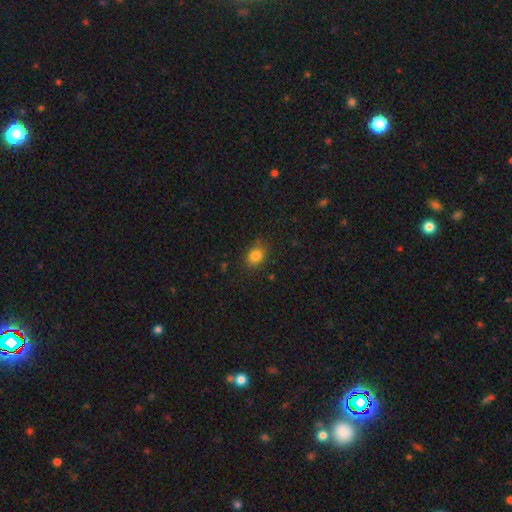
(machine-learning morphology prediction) smooth 83%, star or artifact 11%, featured or disk 6%. Down the decision tree: how rounded — in between (59%); merging — none (82%).